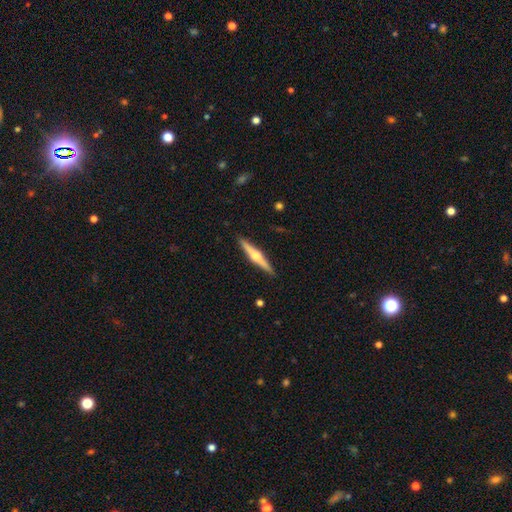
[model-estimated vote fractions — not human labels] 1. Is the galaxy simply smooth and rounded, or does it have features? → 73% featured or disk, 22% smooth, 5% star or artifact.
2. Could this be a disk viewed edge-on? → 98% yes, 2% no.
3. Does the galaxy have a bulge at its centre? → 95% rounded, 3% boxy, 2% none.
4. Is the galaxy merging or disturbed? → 91% none, 7% minor disturbance, 1% major disturbance, 1% merger.